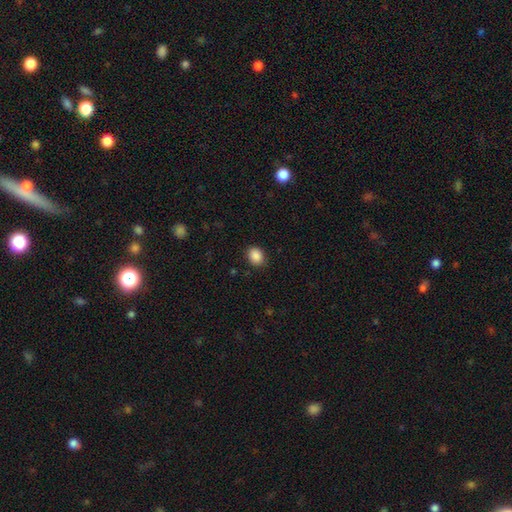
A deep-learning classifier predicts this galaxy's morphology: A smooth galaxy with no disk features (89%) that is in between round and cigar-shaped (52%).

Vote fractions:
- Smooth or featured? smooth: 89% / star or artifact: 9% / featured or disk: 3%
- How rounded? in between: 52% / round: 47% / cigar-shaped: 1%
- Merging? none: 87% / minor disturbance: 9% / major disturbance: 2% / merger: 1%